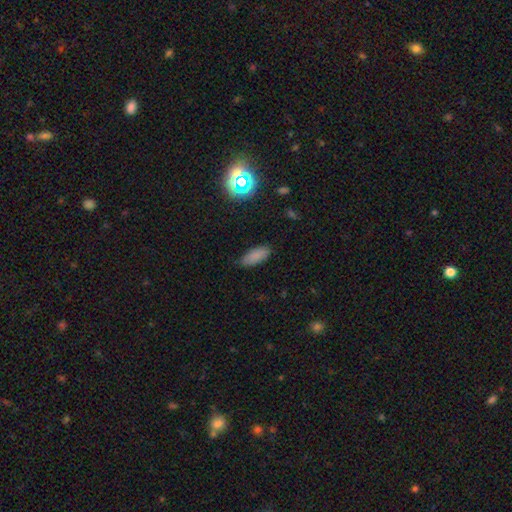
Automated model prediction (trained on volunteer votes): Q: Smooth or featured?
A: smooth (82%); runner-up: star or artifact (12%)
Q: How rounded?
A: in between (82%); runner-up: cigar-shaped (15%)
Q: Merging?
A: none (77%); runner-up: minor disturbance (18%)